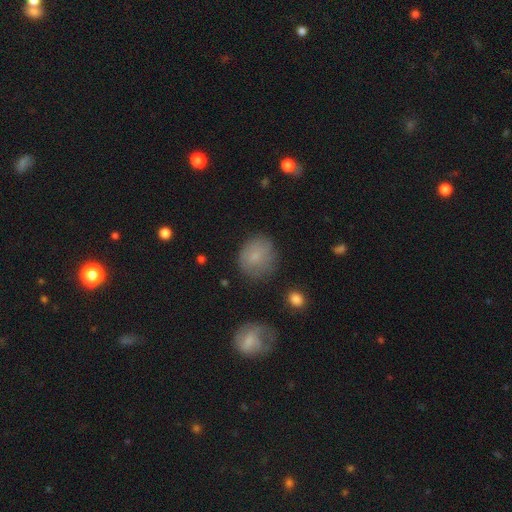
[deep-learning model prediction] Q: Smooth or featured?
A: smooth (77%); runner-up: featured or disk (14%)
Q: How rounded?
A: round (77%); runner-up: in between (22%)
Q: Merging?
A: none (73%); runner-up: minor disturbance (19%)